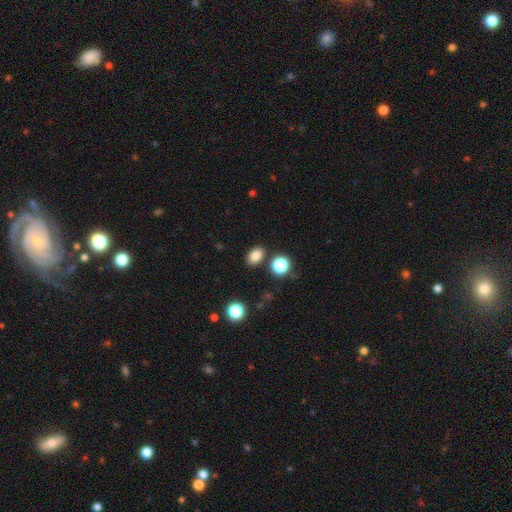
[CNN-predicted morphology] smooth_or_featured: smooth (p=0.83) [alt: star or artifact p=0.12]
how_rounded: in between (p=0.76) [alt: round p=0.23]
merging: none (p=0.82) [alt: minor disturbance p=0.09]